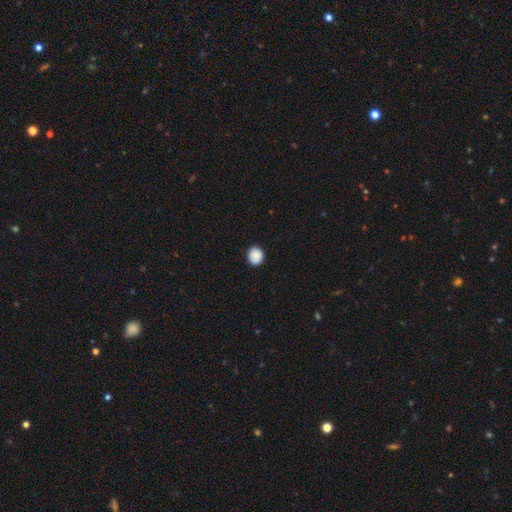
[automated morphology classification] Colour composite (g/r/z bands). It shows a smooth galaxy with no disk features (88%) that is round (79%). Merging: none (88%).